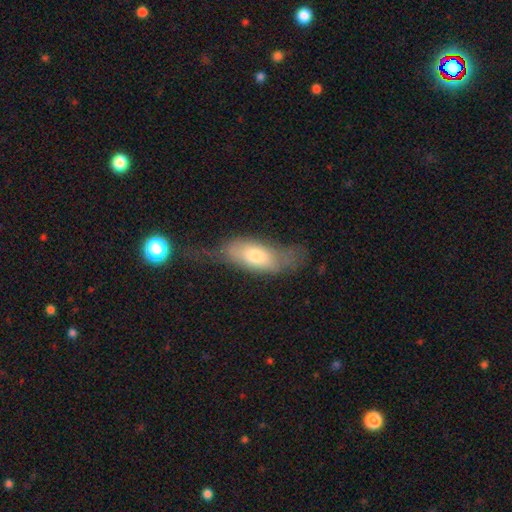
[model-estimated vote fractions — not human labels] Overall: smooth (64%; featured or disk 28%). How rounded: in between (79%). Merging: major disturbance (34%; none 33%).